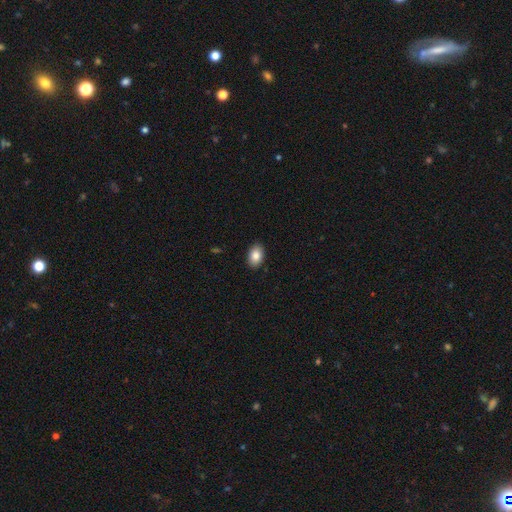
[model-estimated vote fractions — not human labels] smooth-or-featured: smooth: 85% | star or artifact: 8% | featured or disk: 7%
  how-rounded: in between: 88% | round: 11% | cigar-shaped: 1%
  merging: none: 90% | minor disturbance: 7% | major disturbance: 2% | merger: 1%